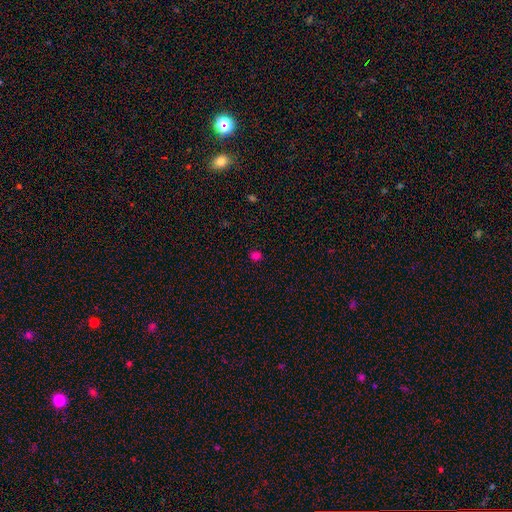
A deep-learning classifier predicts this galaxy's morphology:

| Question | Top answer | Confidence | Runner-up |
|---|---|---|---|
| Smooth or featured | smooth | 76% | star or artifact (20%) |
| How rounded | round | 72% | in between (26%) |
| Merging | none | 90% | minor disturbance (7%) |